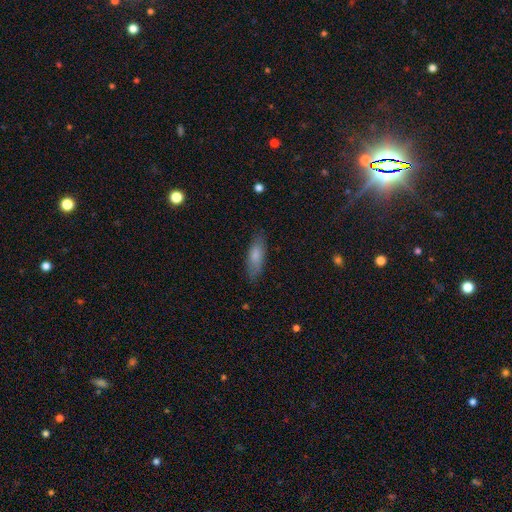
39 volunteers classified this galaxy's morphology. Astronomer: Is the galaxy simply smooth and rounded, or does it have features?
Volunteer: smooth — 77%.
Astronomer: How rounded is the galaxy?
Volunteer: in between — 53% (runner-up: cigar-shaped, 47%).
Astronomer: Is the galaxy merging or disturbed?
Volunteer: none — 95%.